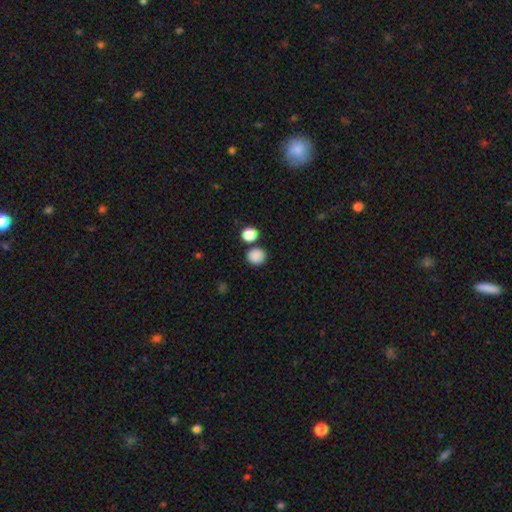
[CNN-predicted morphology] A smooth galaxy with no disk features (87%) that is round (89%). Merging: none (79%).